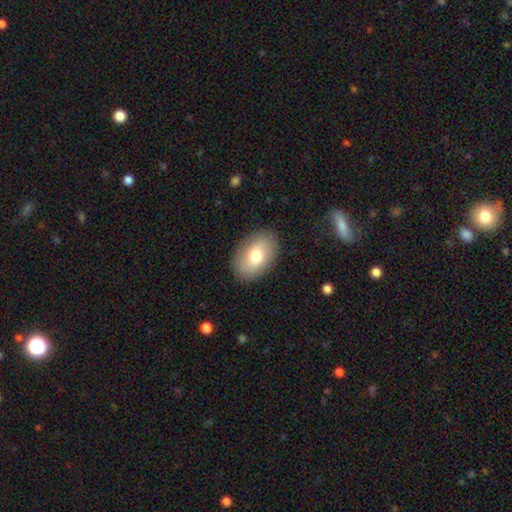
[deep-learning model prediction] smooth-or-featured: smooth: 76% | featured or disk: 17% | star or artifact: 7%
  how-rounded: in between: 88% | round: 11% | cigar-shaped: 1%
  merging: none: 87% | minor disturbance: 9% | major disturbance: 3% | merger: 1%